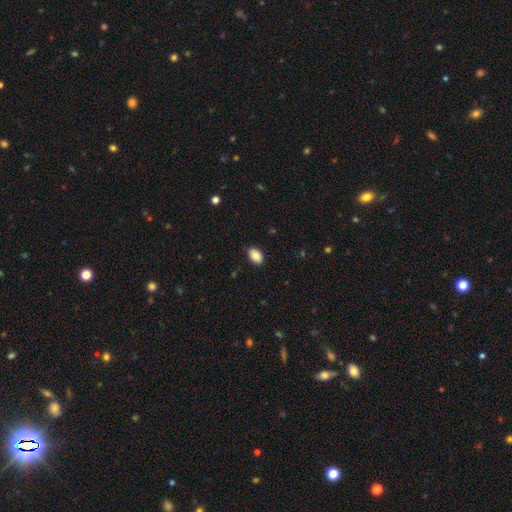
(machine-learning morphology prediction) smooth_or_featured: smooth (p=0.89) [alt: star or artifact p=0.07]
how_rounded: in between (p=0.88) [alt: round p=0.11]
merging: none (p=0.86) [alt: minor disturbance p=0.11]